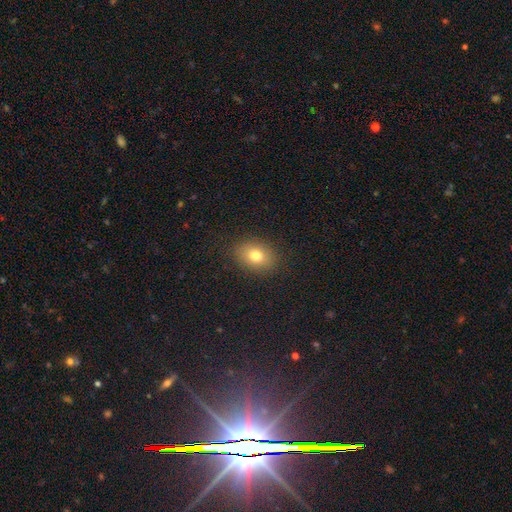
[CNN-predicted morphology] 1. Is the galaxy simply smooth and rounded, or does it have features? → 78% smooth, 11% star or artifact, 11% featured or disk.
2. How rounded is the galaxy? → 68% in between, 31% round, 1% cigar-shaped.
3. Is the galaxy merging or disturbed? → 87% none, 9% minor disturbance, 3% major disturbance, 1% merger.